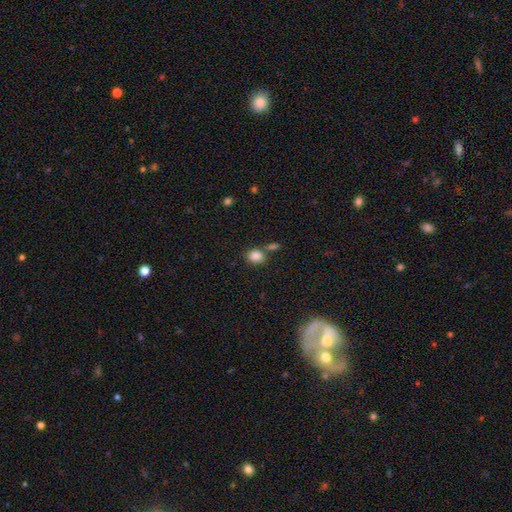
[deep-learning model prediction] This is clearly a smooth galaxy (86%). How rounded: possibly round (53%). Merging: possibly none (60%).